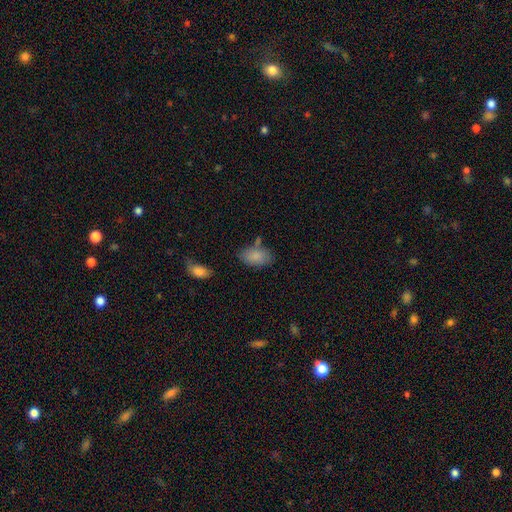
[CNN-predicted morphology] Smooth or featured: smooth — 85% (featured or disk — 8%)
How rounded: in between — 93% (round — 6%)
Merging: none — 64% (minor disturbance — 20%)